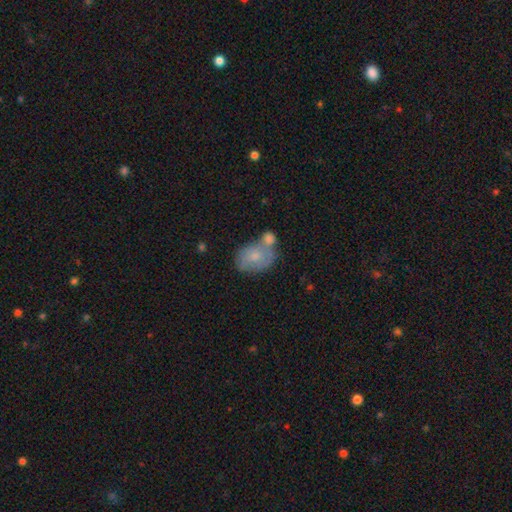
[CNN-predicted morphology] smooth 61%, featured or disk 32%, star or artifact 8%. Down the decision tree: how rounded — in between (67%); merging — merger (43%).